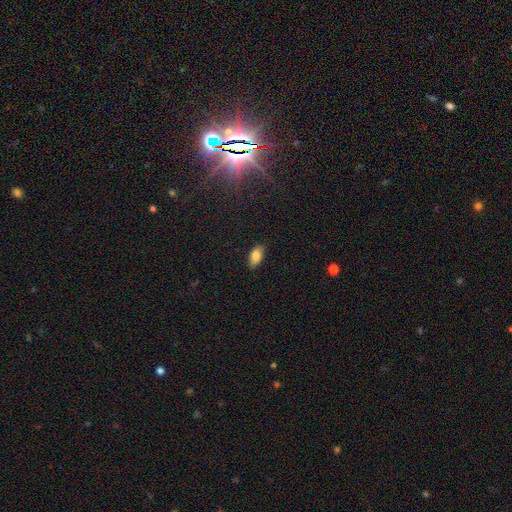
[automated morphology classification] The model was most divided on "smooth or featured": smooth: 84%, featured or disk: 9%, star or artifact: 7%. More confident: how rounded — in between (90%); merging — none (87%).